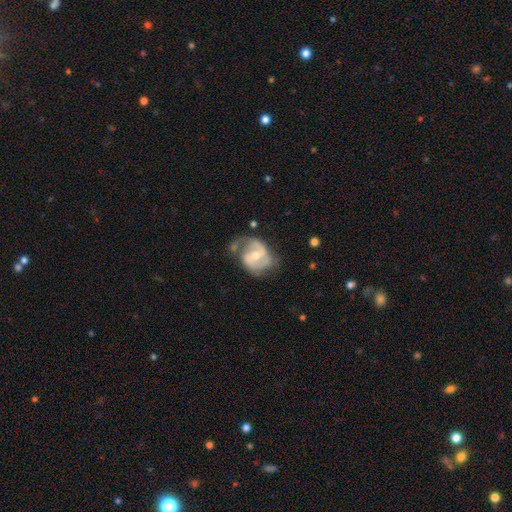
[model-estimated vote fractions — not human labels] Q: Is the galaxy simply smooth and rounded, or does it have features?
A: featured or disk — 78%.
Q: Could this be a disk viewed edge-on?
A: no — 97%.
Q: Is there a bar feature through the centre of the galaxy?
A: weak — 49%.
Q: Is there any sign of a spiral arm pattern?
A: yes — 88%.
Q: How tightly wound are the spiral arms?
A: medium — 49%.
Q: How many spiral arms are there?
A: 2 — 75%.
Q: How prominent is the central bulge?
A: moderate — 59%.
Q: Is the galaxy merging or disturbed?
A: none — 49%.